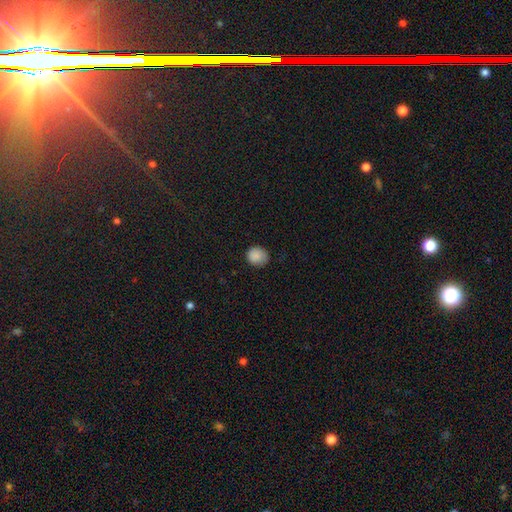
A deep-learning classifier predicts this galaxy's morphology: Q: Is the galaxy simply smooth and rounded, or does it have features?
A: smooth — 87%.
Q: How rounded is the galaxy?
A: round — 83%.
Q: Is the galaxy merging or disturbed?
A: none — 75%.